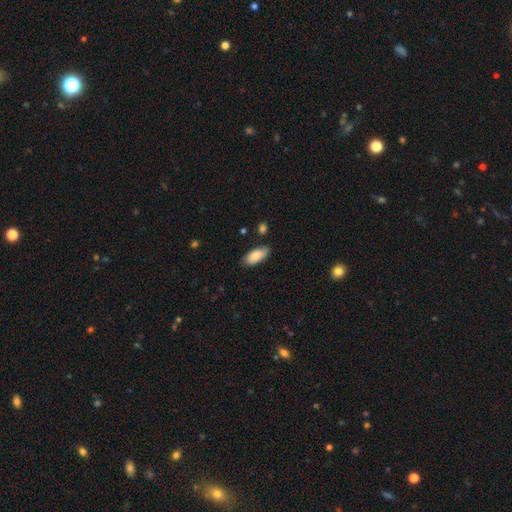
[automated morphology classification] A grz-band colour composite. It shows a smooth galaxy with no disk features (84%) that is in between round and cigar-shaped (88%). Merging: none (82%).